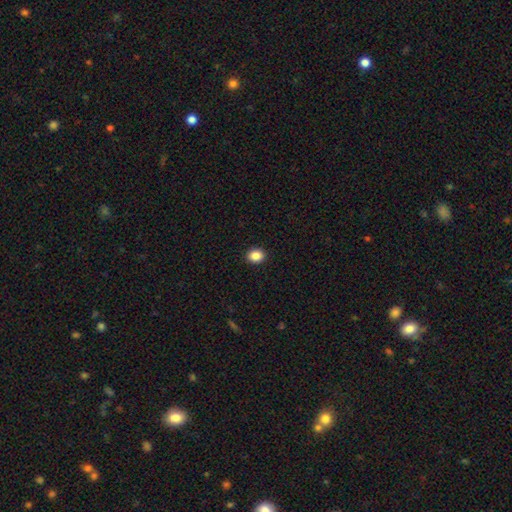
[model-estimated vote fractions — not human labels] This is clearly a smooth galaxy (87%). How rounded: likely round (62%). Merging: clearly none (92%).